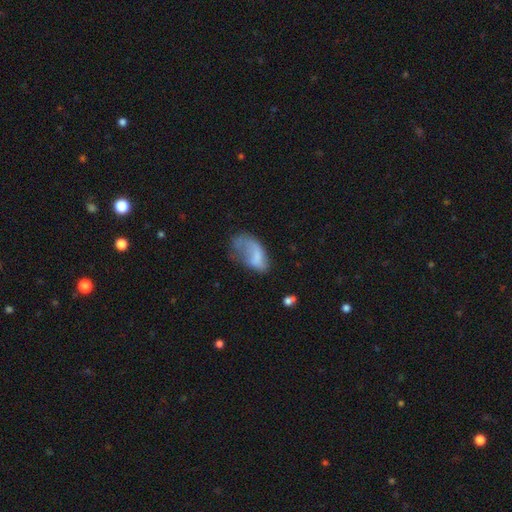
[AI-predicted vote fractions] smooth 57%, featured or disk 34%, star or artifact 8%. Down the decision tree: how rounded — in between (91%); merging — major disturbance (45%).